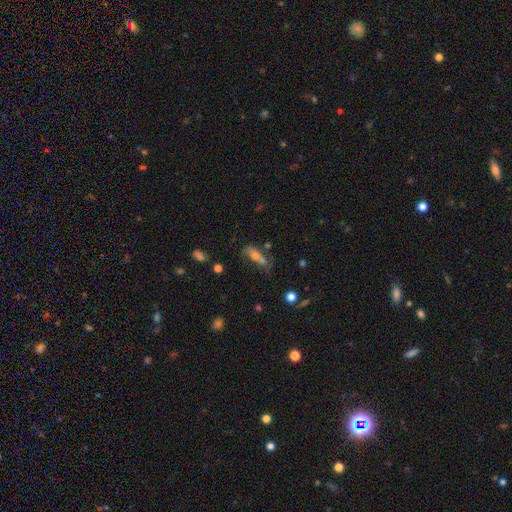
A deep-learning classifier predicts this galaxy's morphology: This is possibly a smooth galaxy (54%). How rounded: likely in between (61%). Merging: marginally none (39%).